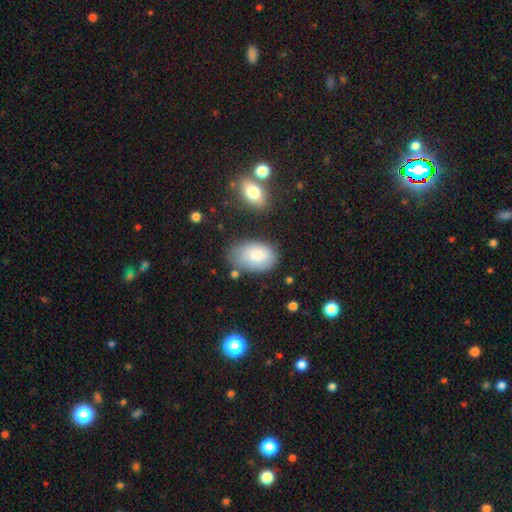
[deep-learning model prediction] Overall: smooth (81%). How rounded: in between (92%). Merging: none (66%).